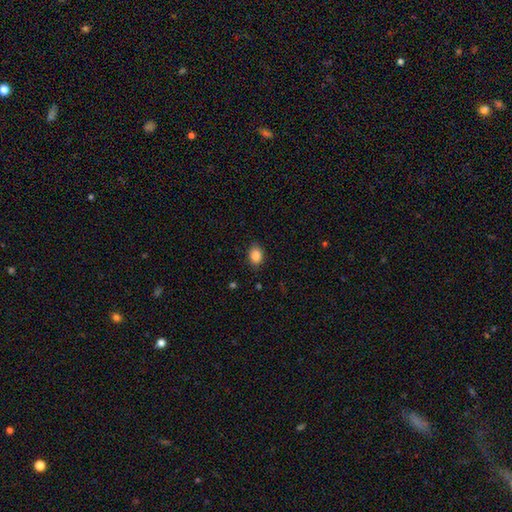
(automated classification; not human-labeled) Smooth or featured? Predicted: smooth (p=0.86). How rounded? Predicted: in between (p=0.61). Merging? Predicted: none (p=0.85).